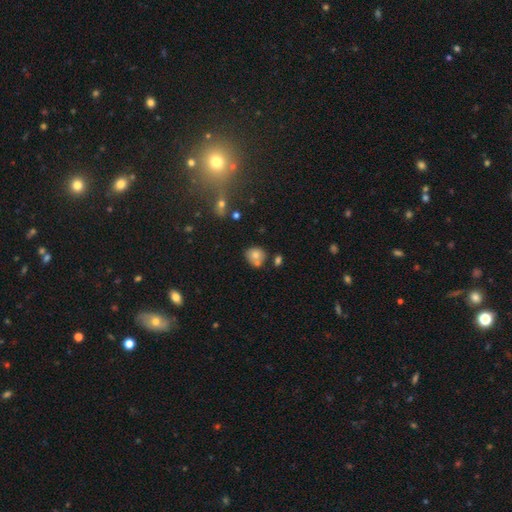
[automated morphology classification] This appears to be a smooth galaxy with no disk features (74%) that is round (77%). Merging: none (58%).